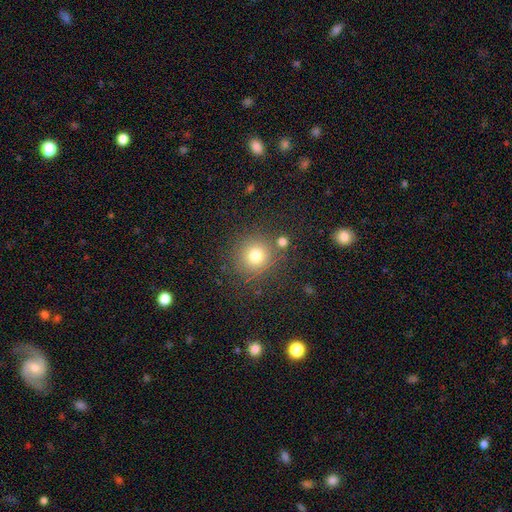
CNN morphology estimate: type=smooth (76%); roundness=round (93%); merging=none (82%).